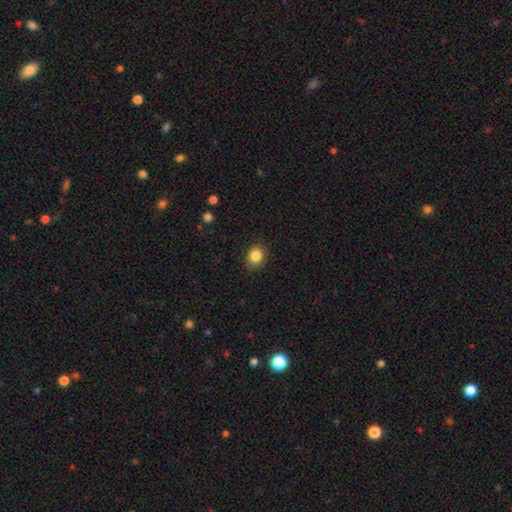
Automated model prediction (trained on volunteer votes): smooth 86%, star or artifact 10%, featured or disk 4%. Down the decision tree: how rounded — round (57%); merging — none (88%).